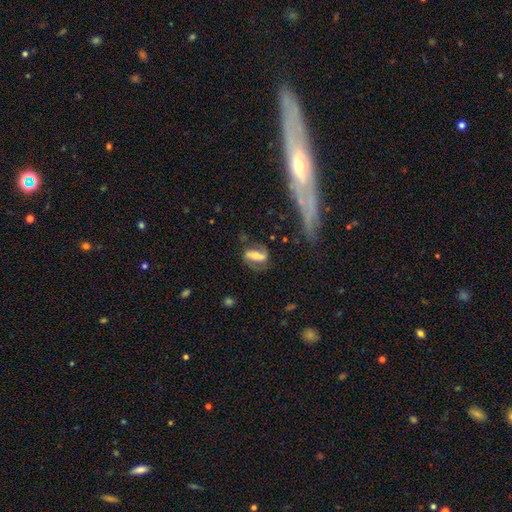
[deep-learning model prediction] Overall: featured or disk (65%; smooth 27%). Edge-on disk: no (89%). Bar: strong (58%; weak 26%). Spiral arms: yes (84%). Bulge size: moderate (46%; small 33%). Merging: none (65%).